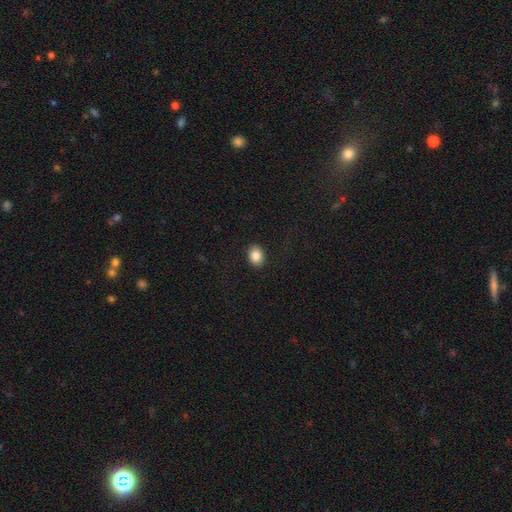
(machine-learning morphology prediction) Q: Smooth or featured?
A: smooth (87%); runner-up: star or artifact (8%)
Q: How rounded?
A: in between (67%); runner-up: round (32%)
Q: Merging?
A: none (89%); runner-up: minor disturbance (7%)